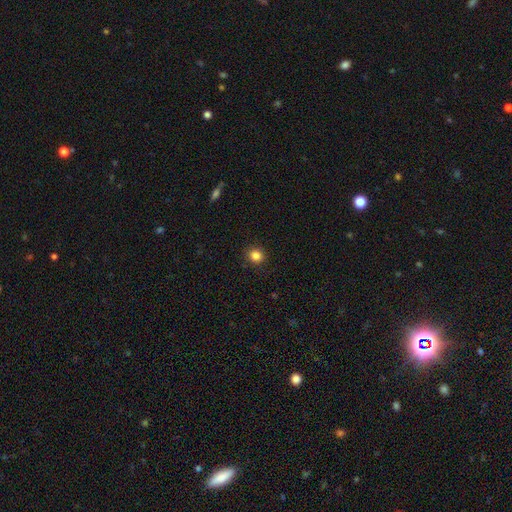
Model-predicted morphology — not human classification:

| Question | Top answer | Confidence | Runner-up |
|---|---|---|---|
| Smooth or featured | smooth | 85% | star or artifact (11%) |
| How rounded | round | 81% | in between (18%) |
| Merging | none | 91% | minor disturbance (6%) |